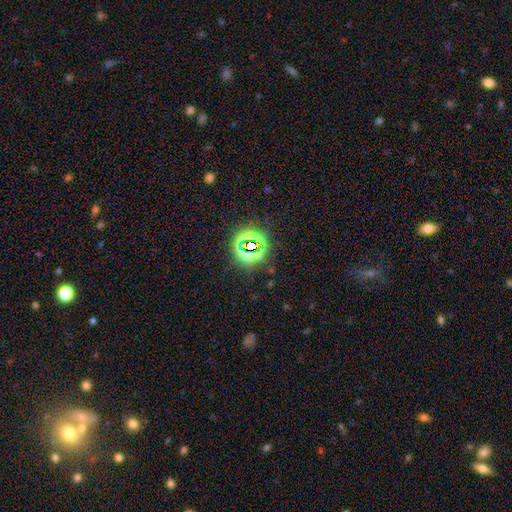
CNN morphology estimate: type=star or artifact (76%).